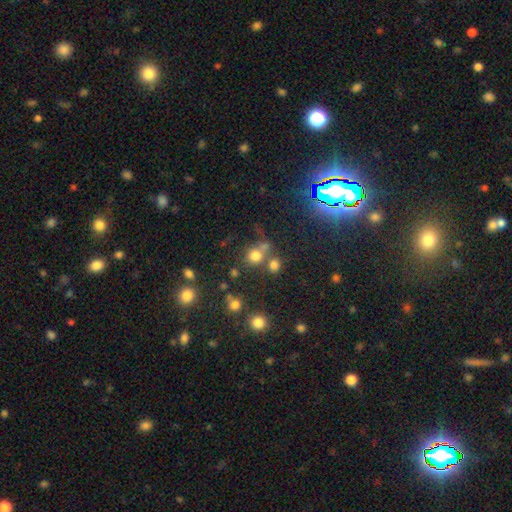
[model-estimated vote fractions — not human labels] Smooth or featured?
  - smooth: 71% *
  - star or artifact: 20%
  - featured or disk: 9%
How rounded?
  - round: 83% *
  - in between: 15%
  - cigar-shaped: 1%
Merging?
  - none: 57% *
  - merger: 27%
  - minor disturbance: 10%
  - major disturbance: 6%